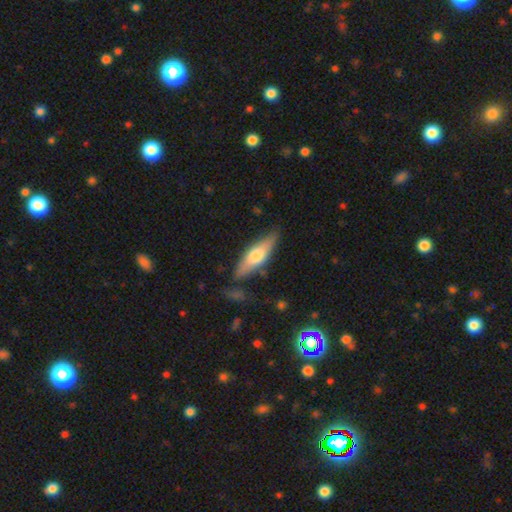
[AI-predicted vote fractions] Smooth or featured: smooth — 62% (featured or disk — 33%)
How rounded: cigar-shaped — 53% (in between — 45%)
Merging: none — 78% (minor disturbance — 16%)